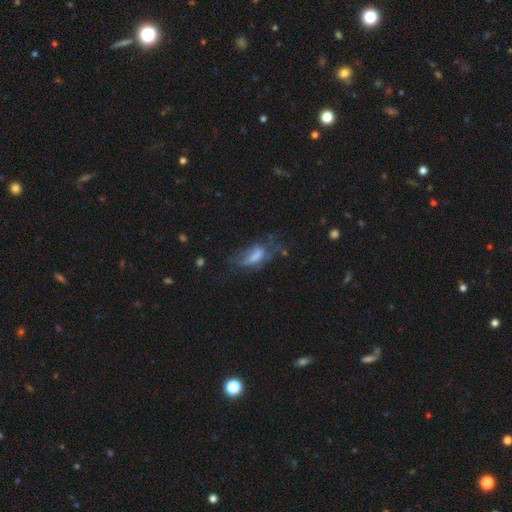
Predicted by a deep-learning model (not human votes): Smooth or featured? Predicted: smooth (p=0.45). Merging? Predicted: none (p=0.36).